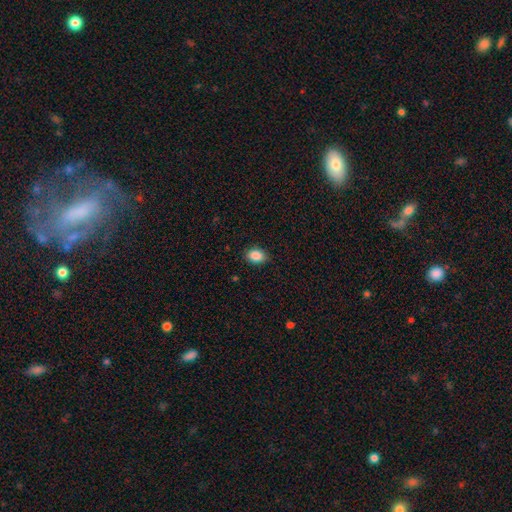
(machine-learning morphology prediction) A smooth galaxy with no disk features (88%) that is in between round and cigar-shaped (73%). Merging: none (87%).